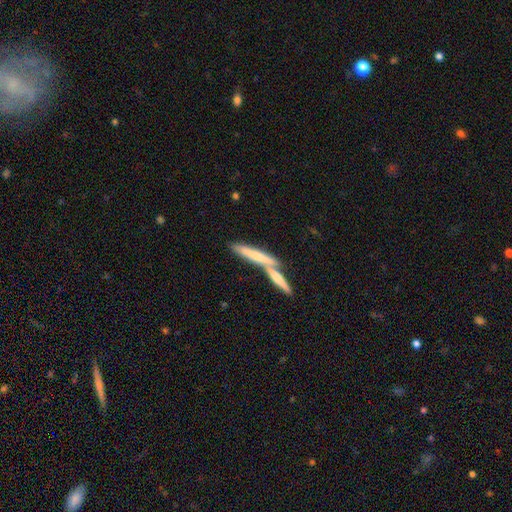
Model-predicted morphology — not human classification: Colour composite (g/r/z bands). It shows a smooth galaxy with no disk features (59%) that is cigar-shaped (89%). Merging: none (49%).